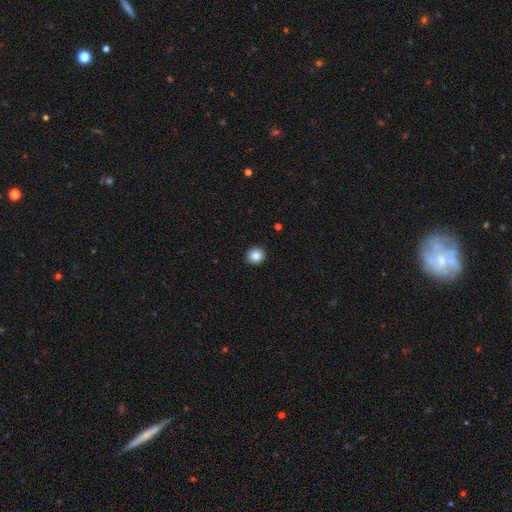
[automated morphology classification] Smooth or featured: smooth — 86% (star or artifact — 10%)
How rounded: round — 92% (in between — 7%)
Merging: none — 92% (minor disturbance — 6%)